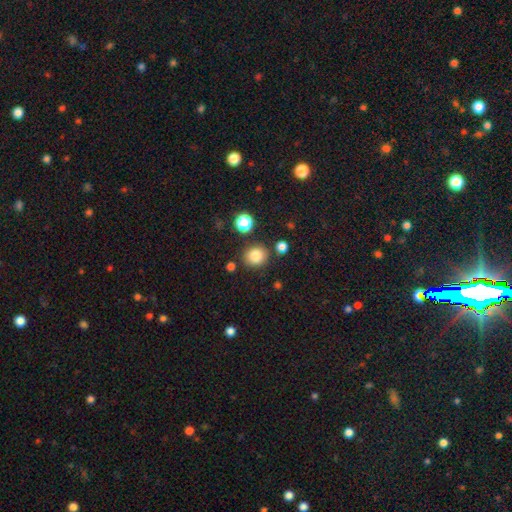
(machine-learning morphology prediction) The model was most divided on "how rounded": round: 79%, in between: 21%, cigar-shaped: 1%. More confident: merging — none (82%); smooth or featured — smooth (82%).